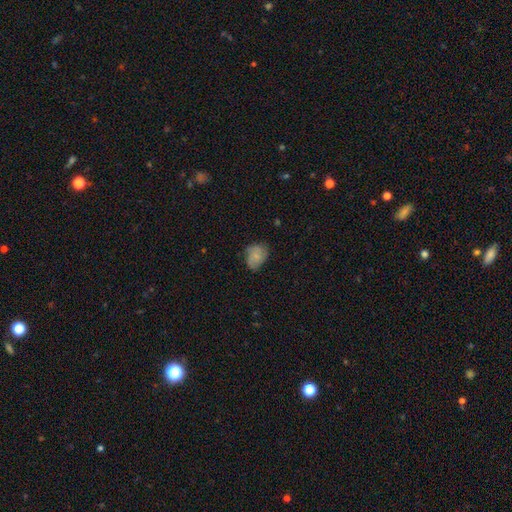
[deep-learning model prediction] Overall: smooth (69%). How rounded: in between (63%; round 36%). Merging: none (58%; minor disturbance 32%).